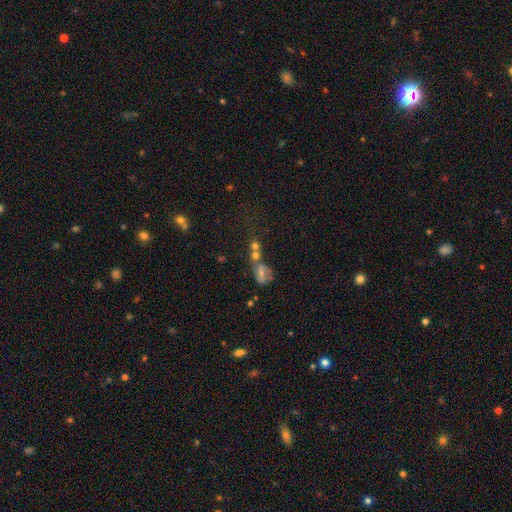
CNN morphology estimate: Overall: featured or disk (38%; smooth 32%). Merging: merger (36%; none 33%).